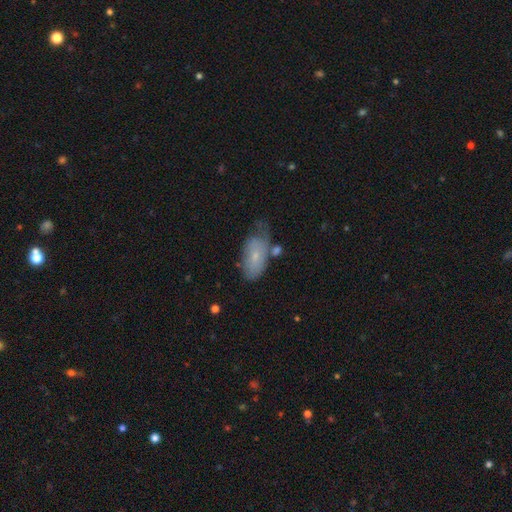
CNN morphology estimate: Q: Smooth or featured?
A: smooth (61%); runner-up: featured or disk (32%)
Q: How rounded?
A: in between (91%); runner-up: cigar-shaped (5%)
Q: Merging?
A: none (39%); runner-up: minor disturbance (34%)